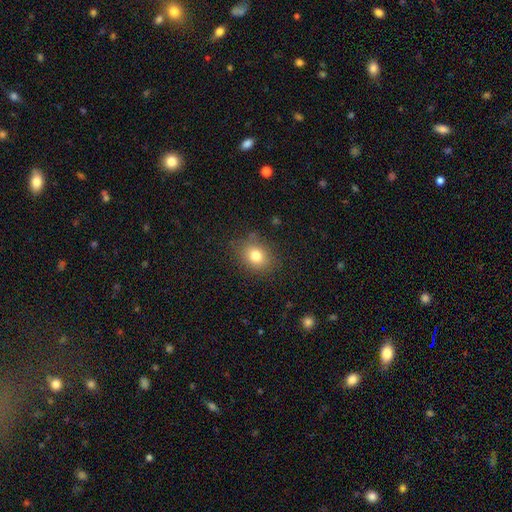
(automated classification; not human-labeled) Smooth or featured? Predicted: smooth (p=0.79). How rounded? Predicted: round (p=0.58). Merging? Predicted: none (p=0.82).